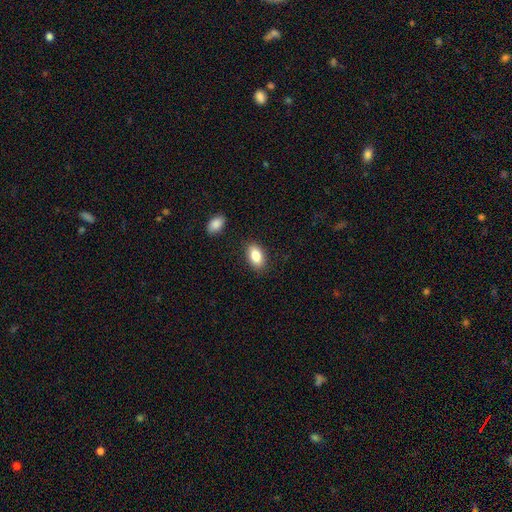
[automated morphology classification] Q: Smooth or featured?
A: smooth (84%); runner-up: featured or disk (8%)
Q: How rounded?
A: in between (91%); runner-up: round (6%)
Q: Merging?
A: none (87%); runner-up: minor disturbance (9%)